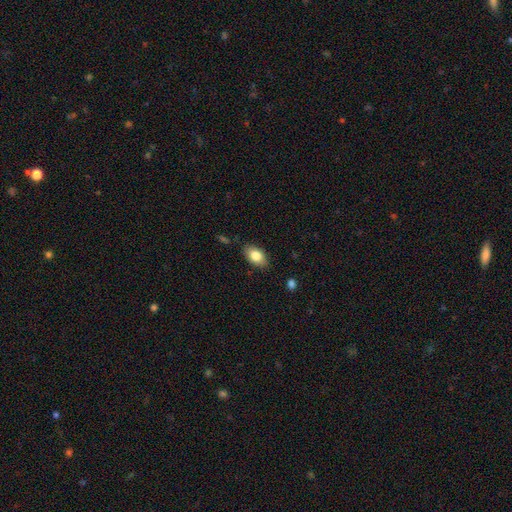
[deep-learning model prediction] A smooth galaxy with no disk features (82%) that is in between round and cigar-shaped (90%). Merging: none (84%).